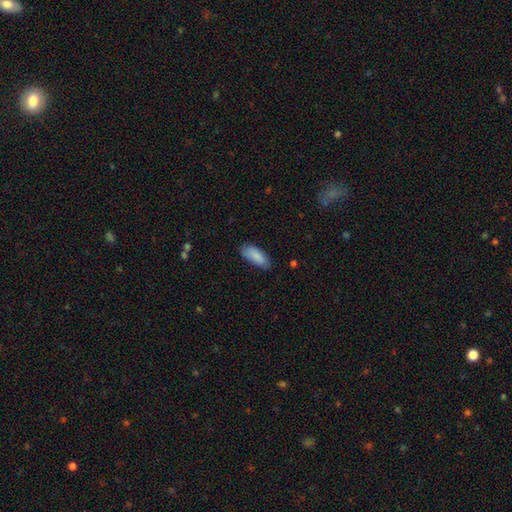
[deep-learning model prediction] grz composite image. It shows a smooth galaxy with no disk features (86%) that is in between round and cigar-shaped (80%). Merging: none (77%).